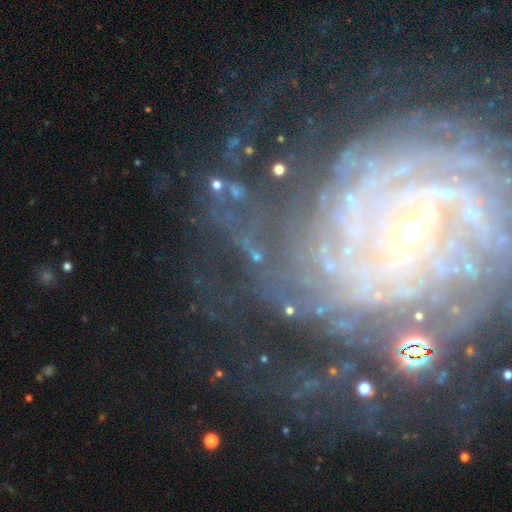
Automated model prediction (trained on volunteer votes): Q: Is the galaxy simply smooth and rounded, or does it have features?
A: featured or disk — 67%.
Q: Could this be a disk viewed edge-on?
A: no — 94%.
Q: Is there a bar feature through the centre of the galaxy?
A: no — 58%.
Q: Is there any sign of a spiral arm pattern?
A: yes — 84%.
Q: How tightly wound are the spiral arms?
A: tight — 68%.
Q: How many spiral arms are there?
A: can't tell — 35%.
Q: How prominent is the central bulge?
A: small — 63%.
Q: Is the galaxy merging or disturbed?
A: none — 63%.